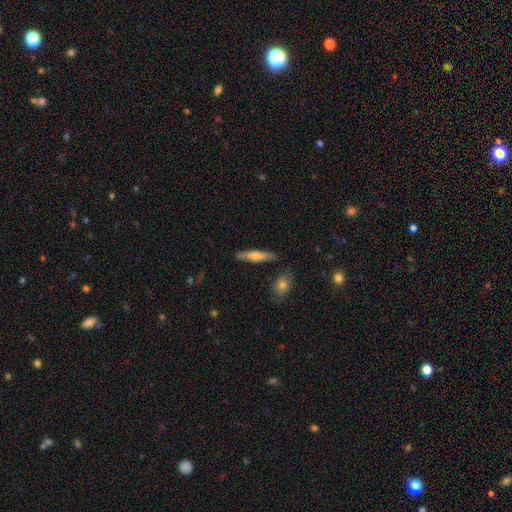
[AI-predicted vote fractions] smooth 53%, featured or disk 41%, star or artifact 6%. Down the decision tree: how rounded — cigar-shaped (83%); merging — none (85%).